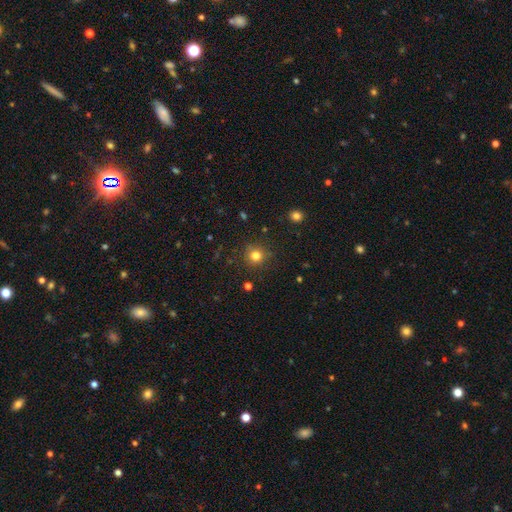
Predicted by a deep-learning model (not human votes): This appears to be a smooth galaxy with no disk features (80%) that is round (93%). Merging: none (88%).